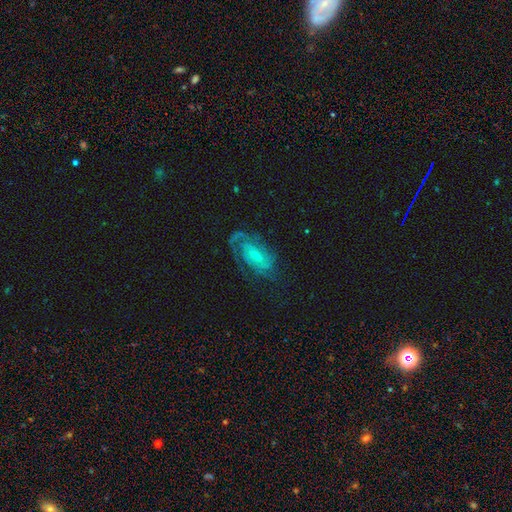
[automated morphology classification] The model was most divided on "bar": weak: 45%, no: 43%, strong: 12%. Remaining: edge-on disk — no (96%); spiral arms — yes (95%); smooth or featured — featured or disk (83%); merging — none (66%); bulge size — small (64%); spiral arm count — 2 (52%); spiral winding — tight (48%).